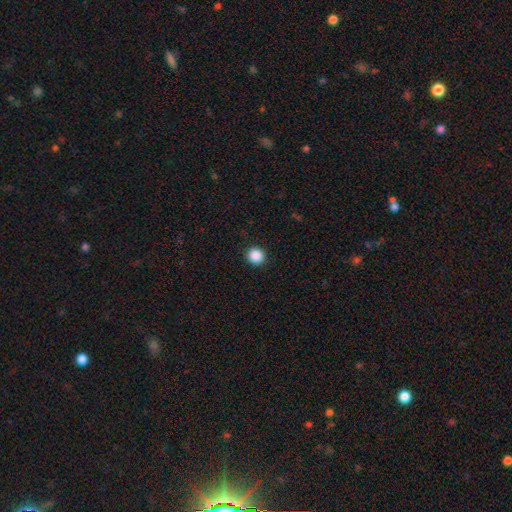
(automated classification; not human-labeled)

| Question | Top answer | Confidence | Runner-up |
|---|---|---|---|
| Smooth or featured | smooth | 88% | star or artifact (9%) |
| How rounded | round | 92% | in between (7%) |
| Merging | none | 92% | minor disturbance (5%) |